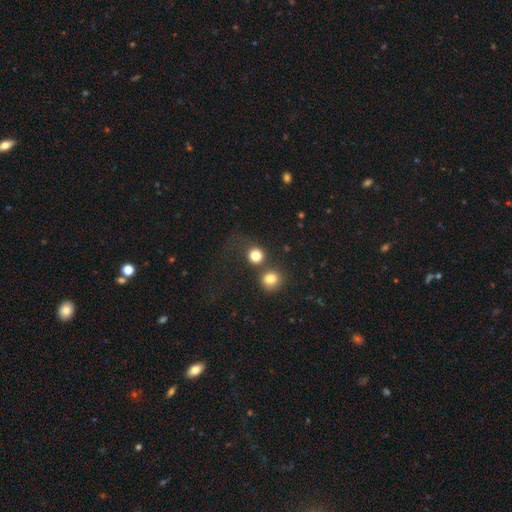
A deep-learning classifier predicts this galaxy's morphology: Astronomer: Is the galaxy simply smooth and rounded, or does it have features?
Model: smooth — 80%.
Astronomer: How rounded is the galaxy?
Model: round — 87%.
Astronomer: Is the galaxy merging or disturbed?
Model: none — 58%.